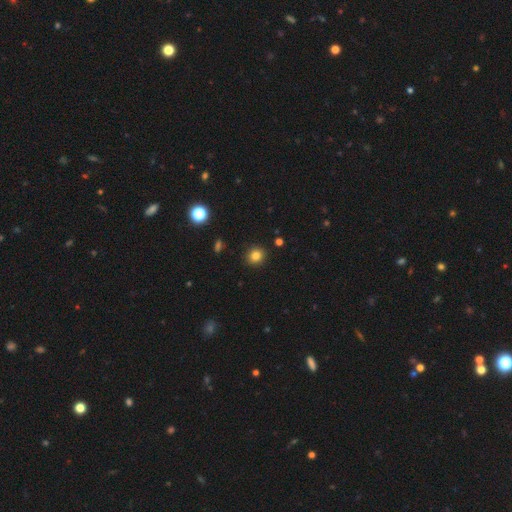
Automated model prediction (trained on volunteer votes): Smooth or featured? smooth (83%)
How rounded? round (87%)
Merging? none (91%)